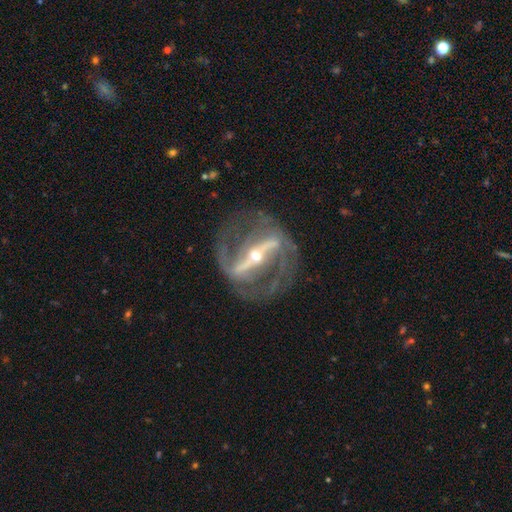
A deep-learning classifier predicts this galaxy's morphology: A featured or disk galaxy (91%) with a strong bar (84%), 2 (82%) medium (50%) spiral arms (91%) and a moderate central bulge (49%). Merging: none (73%).